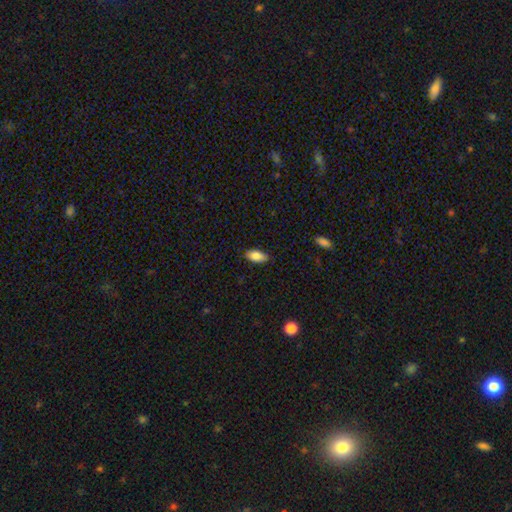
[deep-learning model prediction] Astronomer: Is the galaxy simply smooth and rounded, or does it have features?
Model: smooth — 84%.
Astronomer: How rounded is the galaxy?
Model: in between — 91%.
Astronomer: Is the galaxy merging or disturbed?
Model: none — 86%.